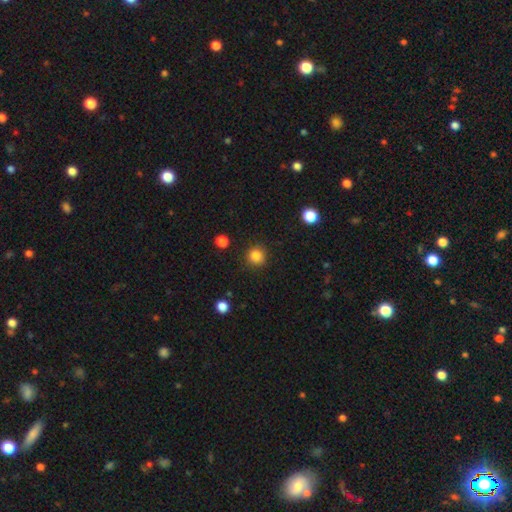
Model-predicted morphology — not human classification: Overall: smooth (85%). How rounded: round (93%). Merging: none (89%).